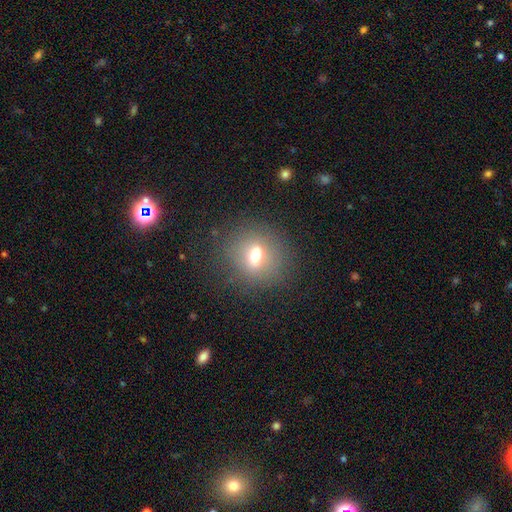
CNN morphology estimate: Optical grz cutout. It shows a smooth galaxy with no disk features (64%) that is round (75%). Merging: none (83%).